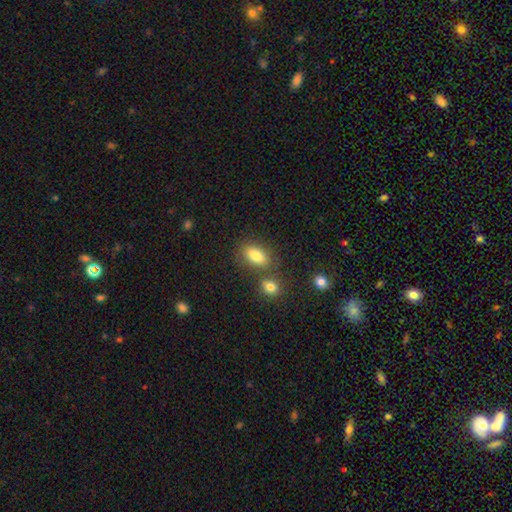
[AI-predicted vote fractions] The model was most divided on "merging": none: 66%, merger: 18%, minor disturbance: 12%, major disturbance: 4%. More confident: how rounded — in between (87%); smooth or featured — smooth (82%).